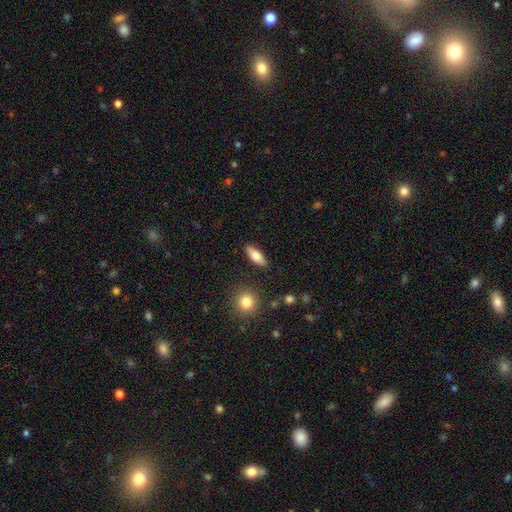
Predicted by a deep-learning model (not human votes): Morphology: type=smooth (79%); roundness=in between (69%); merging=none (87%).